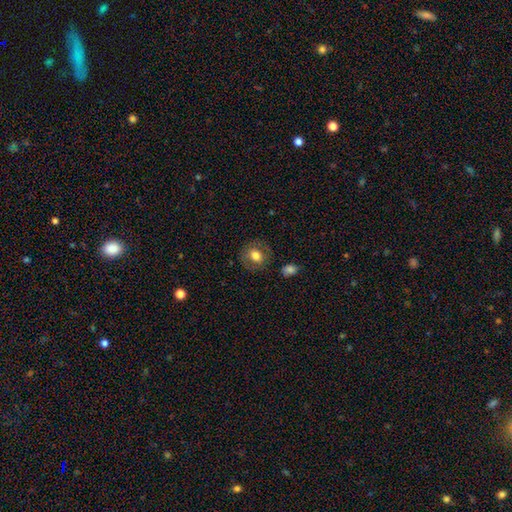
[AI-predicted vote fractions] Smooth or featured?
  - smooth: 64% *
  - featured or disk: 28%
  - star or artifact: 8%
How rounded?
  - round: 70% *
  - in between: 29%
  - cigar-shaped: 1%
Merging?
  - none: 81% *
  - minor disturbance: 12%
  - major disturbance: 5%
  - merger: 2%